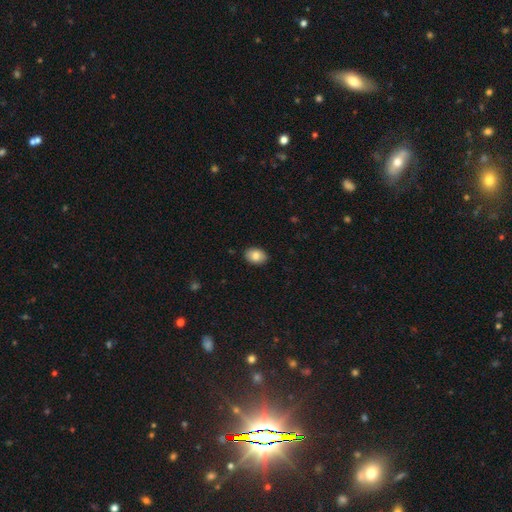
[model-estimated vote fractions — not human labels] A smooth galaxy with no disk features (85%) that is in between round and cigar-shaped (81%). Merging: none (89%).